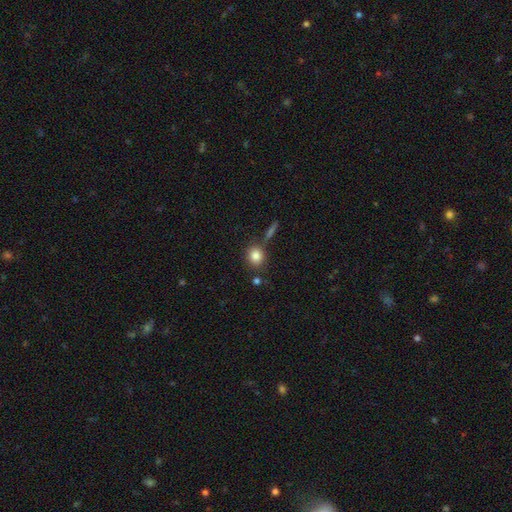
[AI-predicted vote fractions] Smooth or featured? smooth (83%)
How rounded? round (79%)
Merging? none (76%)